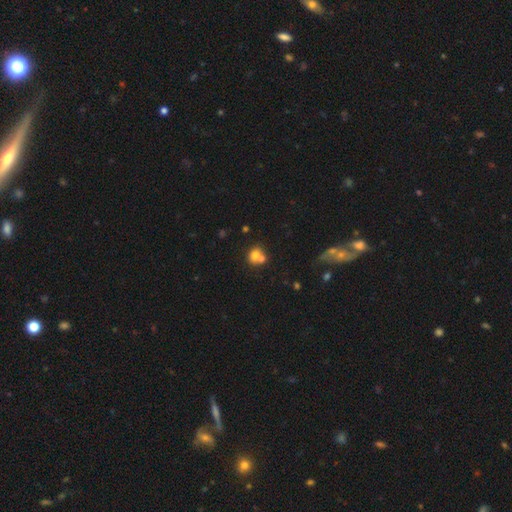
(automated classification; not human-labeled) Smooth or featured: smooth — 74% (featured or disk — 15%)
How rounded: round — 67% (in between — 32%)
Merging: merger — 51% (none — 36%)